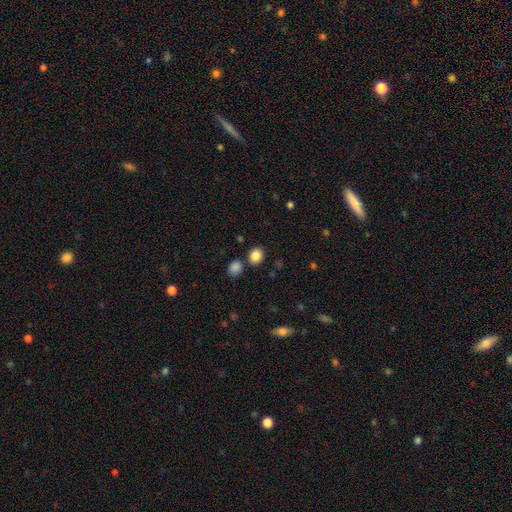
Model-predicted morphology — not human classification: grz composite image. It shows a smooth galaxy with no disk features (86%) that is round (76%). Merging: none (80%).